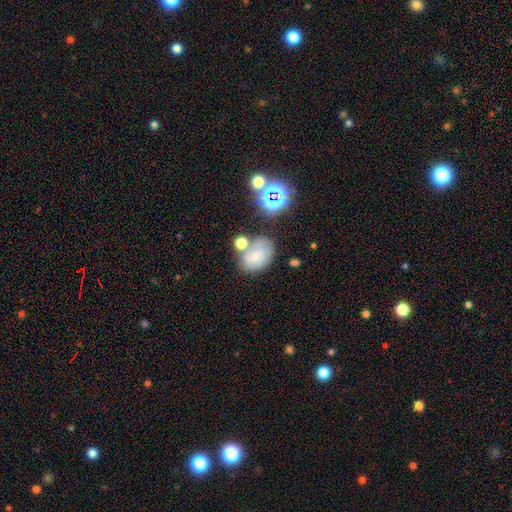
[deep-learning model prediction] Overall: featured or disk (49%; smooth 35%). Merging: none (54%; minor disturbance 21%).